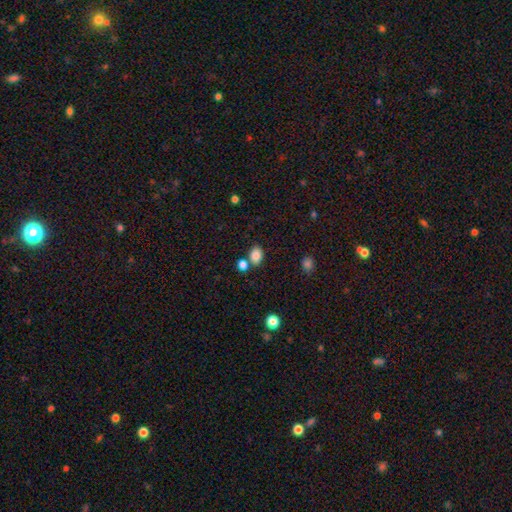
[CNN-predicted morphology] The model was most divided on "how rounded": in between: 72%, round: 27%, cigar-shaped: 1%. More confident: smooth or featured — smooth (85%); merging — none (69%).